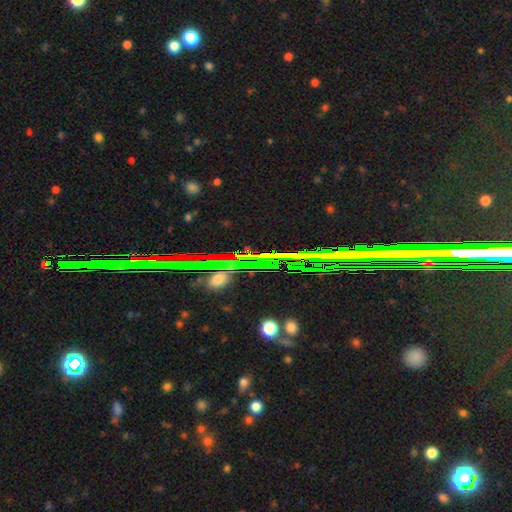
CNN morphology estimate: A star or artifact, not a galaxy (81%).